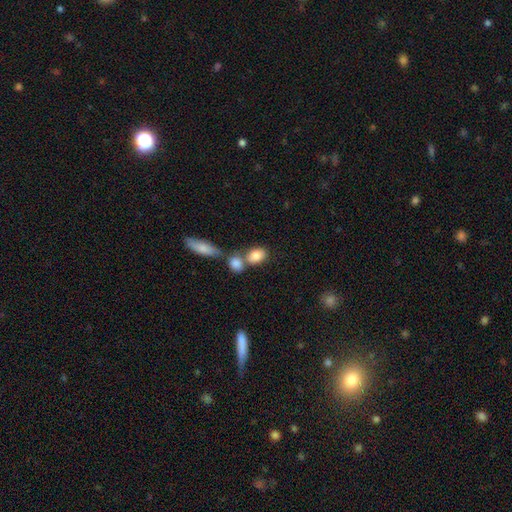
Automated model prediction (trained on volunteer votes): smooth 82%, featured or disk 10%, star or artifact 8%. Down the decision tree: how rounded — in between (74%); merging — none (44%).